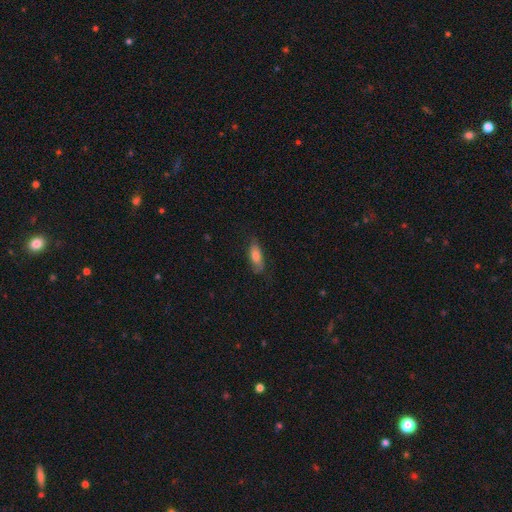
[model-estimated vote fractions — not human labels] smooth 72%, featured or disk 21%, star or artifact 7%. Down the decision tree: how rounded — in between (73%); merging — none (74%).